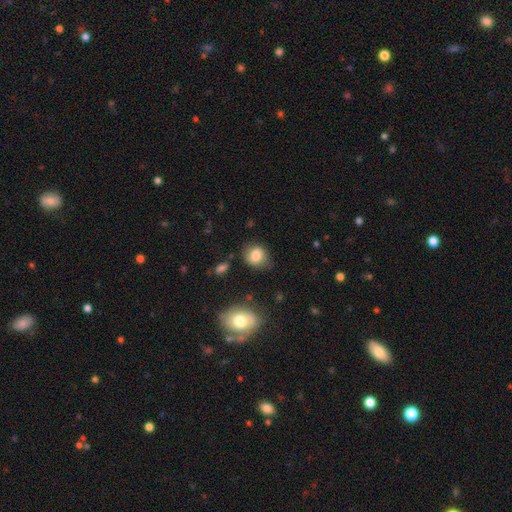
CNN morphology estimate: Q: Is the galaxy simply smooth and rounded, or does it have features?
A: smooth — 80%.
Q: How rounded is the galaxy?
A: round — 66%.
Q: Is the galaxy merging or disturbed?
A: none — 71%.